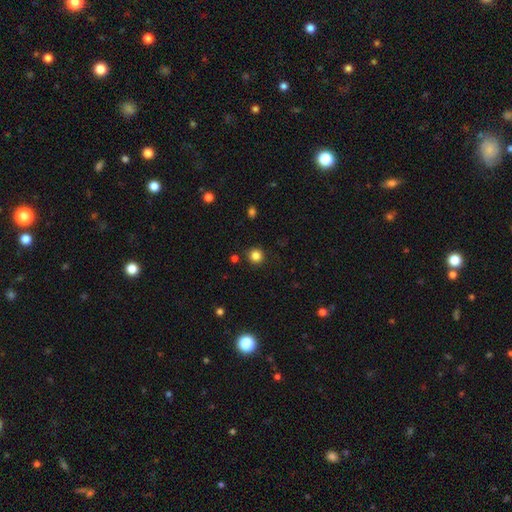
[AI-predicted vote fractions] smooth 83%, star or artifact 12%, featured or disk 5%. Down the decision tree: how rounded — round (94%); merging — none (90%).